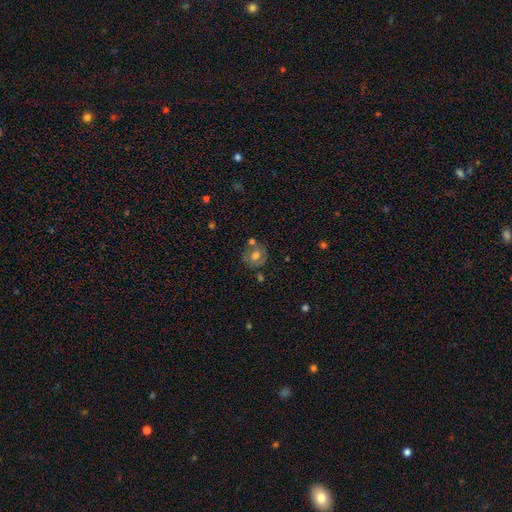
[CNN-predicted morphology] Q: Smooth or featured?
A: smooth (66%); runner-up: featured or disk (24%)
Q: How rounded?
A: round (81%); runner-up: in between (18%)
Q: Merging?
A: none (64%); runner-up: minor disturbance (16%)